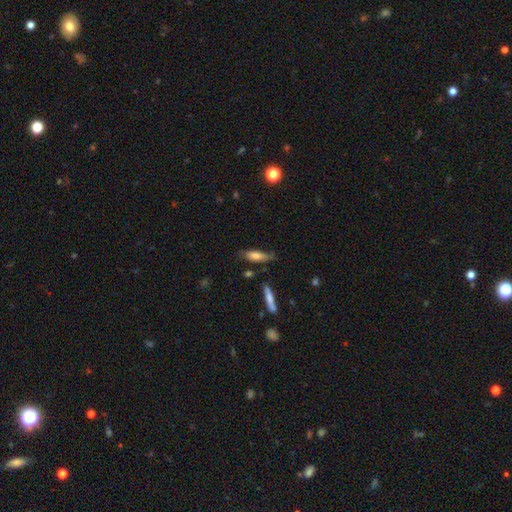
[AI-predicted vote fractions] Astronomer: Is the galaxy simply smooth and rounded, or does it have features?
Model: smooth — 66%.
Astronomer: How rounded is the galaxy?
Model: cigar-shaped — 52% (runner-up: in between, 46%).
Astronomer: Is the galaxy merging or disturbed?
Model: none — 61%.